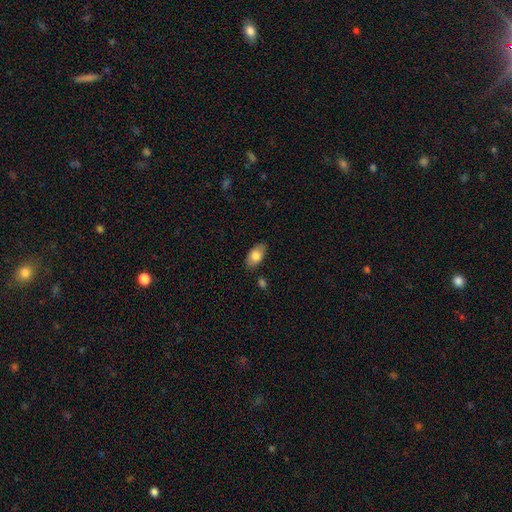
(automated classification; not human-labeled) Smooth or featured: smooth — 80% (featured or disk — 13%)
How rounded: in between — 93% (round — 4%)
Merging: none — 83% (minor disturbance — 12%)